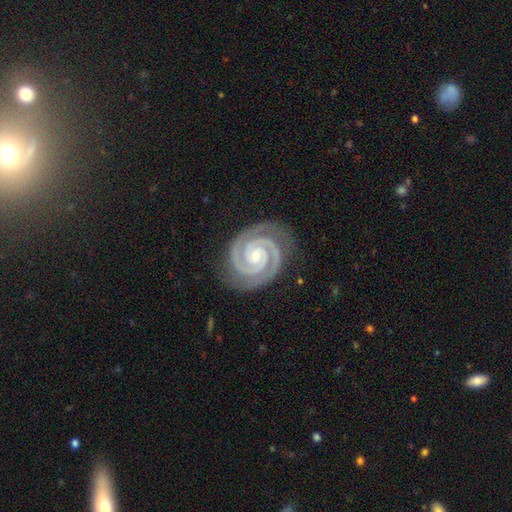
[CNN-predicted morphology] Smooth or featured? Predicted: featured or disk (p=0.95). Edge-on disk? Predicted: no (p=0.98). Bar? Predicted: no (p=0.58). Spiral arms? Predicted: yes (p=0.99). Spiral winding? Predicted: tight (p=0.83). Spiral arm count? Predicted: 2 (p=0.93). Bulge size? Predicted: small (p=0.59). Merging? Predicted: none (p=0.86).